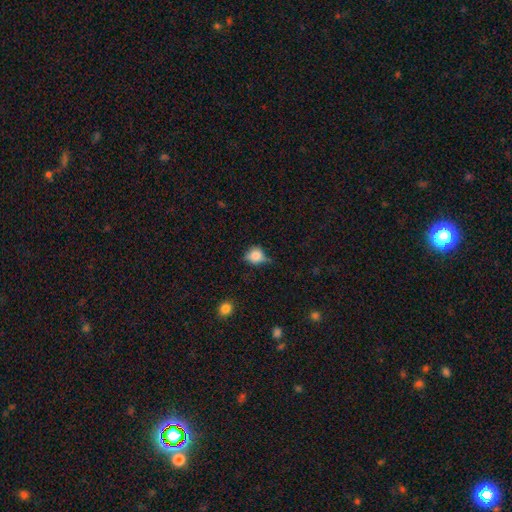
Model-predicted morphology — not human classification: A smooth galaxy with no disk features (77%) that is round (72%).

Vote fractions:
- Smooth or featured? smooth: 77% / featured or disk: 12% / star or artifact: 11%
- How rounded? round: 72% / in between: 26% / cigar-shaped: 2%
- Merging? none: 53% / minor disturbance: 34% / major disturbance: 9% / merger: 4%